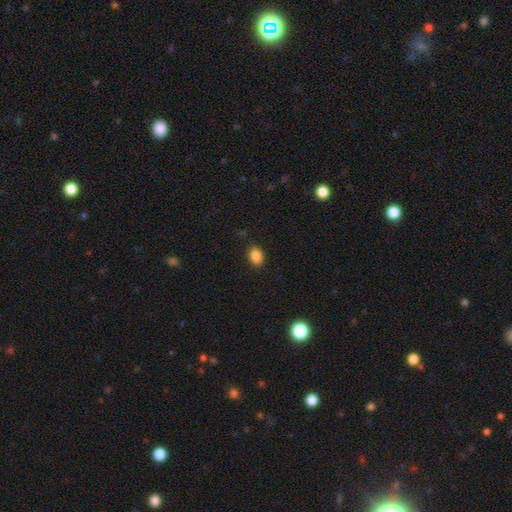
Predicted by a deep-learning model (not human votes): This is clearly a smooth galaxy (87%). How rounded: likely in between (72%). Merging: clearly none (85%).